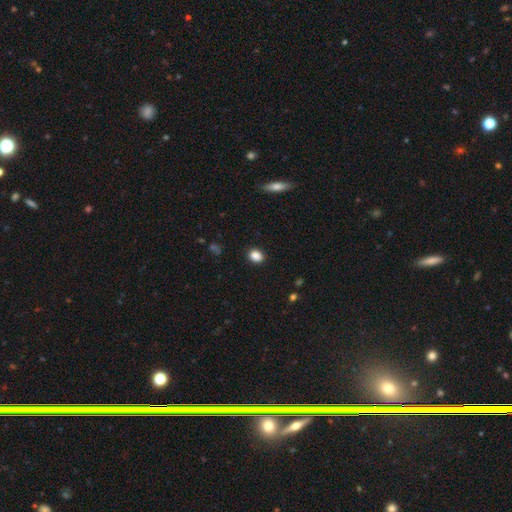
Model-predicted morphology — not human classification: Q: Smooth or featured?
A: smooth (87%); runner-up: star or artifact (10%)
Q: How rounded?
A: in between (56%); runner-up: round (42%)
Q: Merging?
A: none (89%); runner-up: minor disturbance (8%)